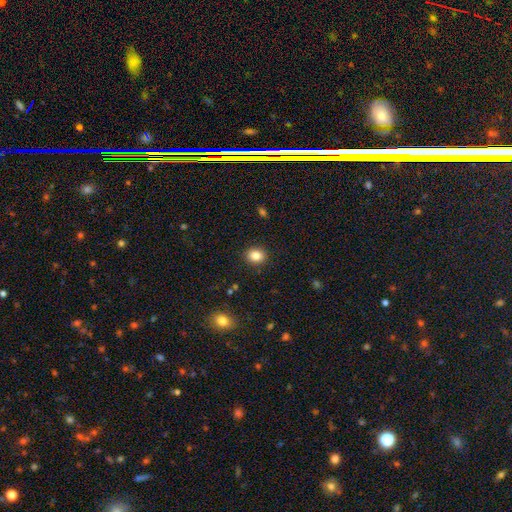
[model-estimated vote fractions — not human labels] This is clearly a smooth galaxy (85%). How rounded: likely round (67%). Merging: clearly none (90%).